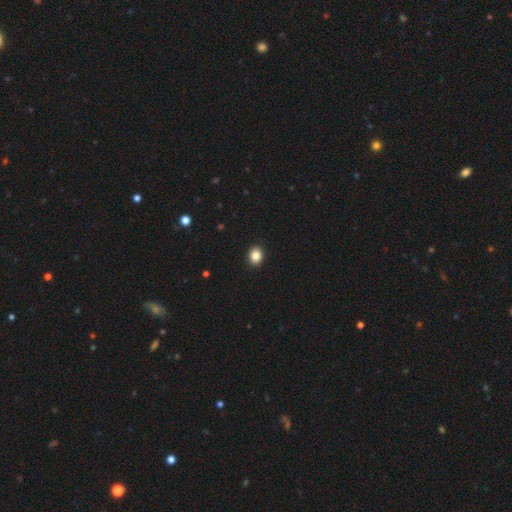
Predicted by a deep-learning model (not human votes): Smooth or featured? Predicted: smooth (p=0.86). How rounded? Predicted: round (p=0.51). Merging? Predicted: none (p=0.91).